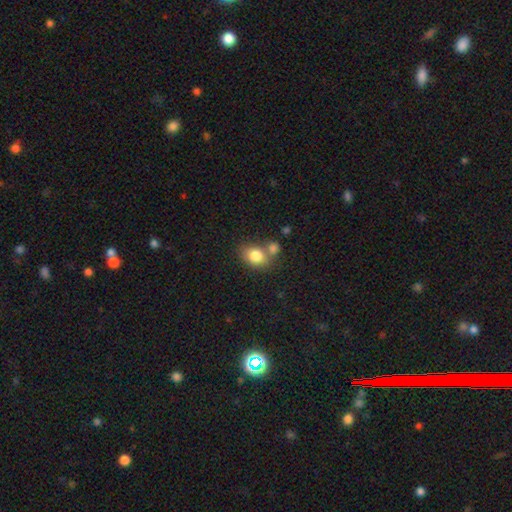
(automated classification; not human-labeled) Smooth or featured? smooth (82%)
How rounded? in between (55%)
Merging? none (49%)